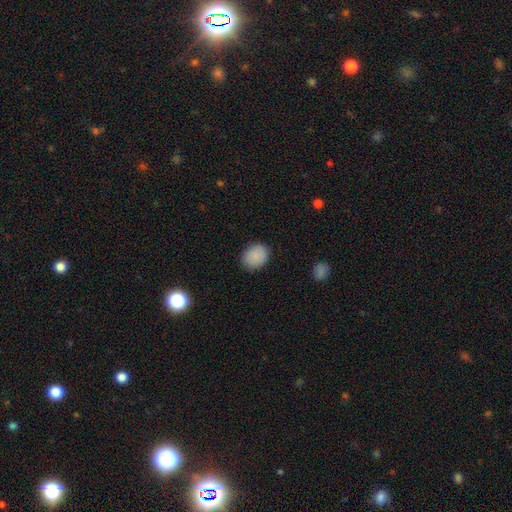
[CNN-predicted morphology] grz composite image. It shows a smooth galaxy with no disk features (89%) that is in between round and cigar-shaped (51%). Merging: none (87%).